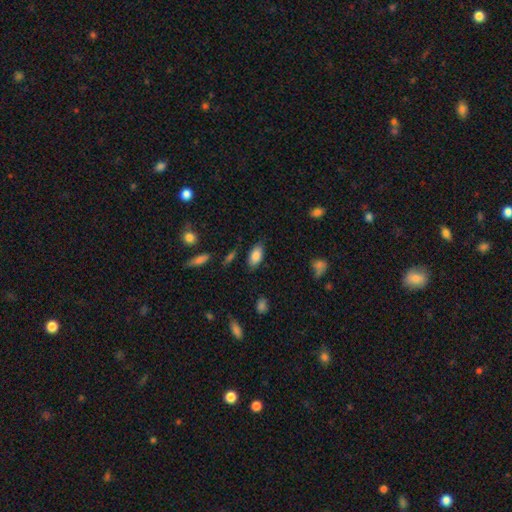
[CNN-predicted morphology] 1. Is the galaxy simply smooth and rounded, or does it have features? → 83% smooth, 9% featured or disk, 8% star or artifact.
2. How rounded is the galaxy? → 92% in between, 5% cigar-shaped, 3% round.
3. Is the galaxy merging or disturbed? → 82% none, 13% minor disturbance, 3% major disturbance, 2% merger.